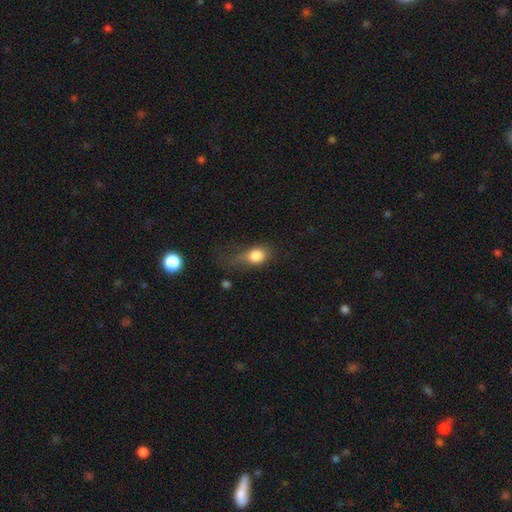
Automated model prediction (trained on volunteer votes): Smooth or featured: smooth — 80% (featured or disk — 10%)
How rounded: in between — 58% (round — 38%)
Merging: major disturbance — 38% (minor disturbance — 29%)